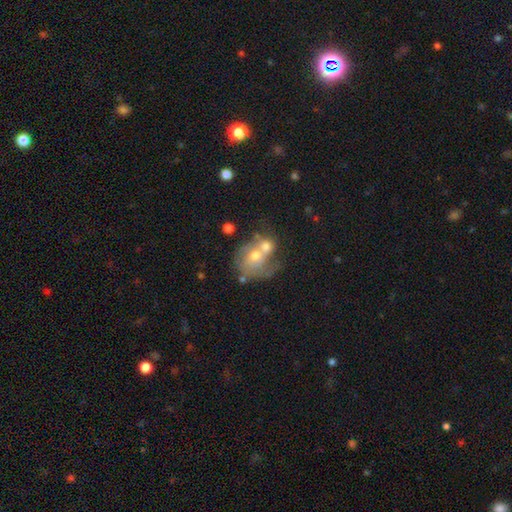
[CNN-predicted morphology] Q: Smooth or featured?
A: featured or disk (49%); runner-up: smooth (40%)
Q: Merging?
A: merger (59%); runner-up: none (19%)